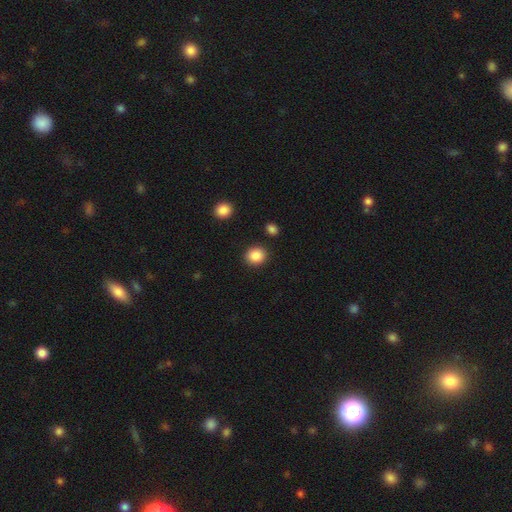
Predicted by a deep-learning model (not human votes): Q: Smooth or featured?
A: smooth (87%); runner-up: star or artifact (9%)
Q: How rounded?
A: round (78%); runner-up: in between (21%)
Q: Merging?
A: none (89%); runner-up: minor disturbance (6%)